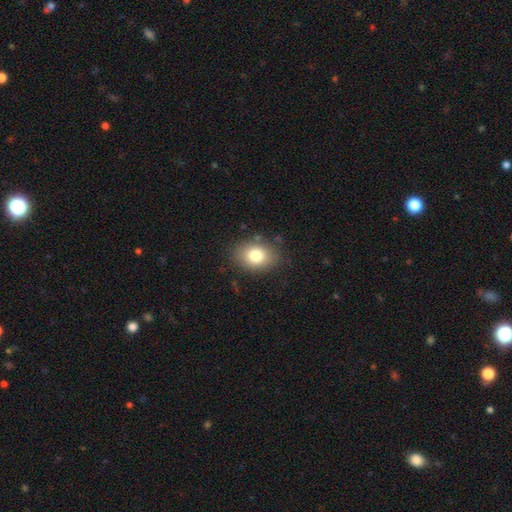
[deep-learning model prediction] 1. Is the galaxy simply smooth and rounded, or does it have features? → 79% smooth, 11% featured or disk, 10% star or artifact.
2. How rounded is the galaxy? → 62% in between, 37% round, 1% cigar-shaped.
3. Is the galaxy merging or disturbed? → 84% none, 11% minor disturbance, 3% major disturbance, 2% merger.